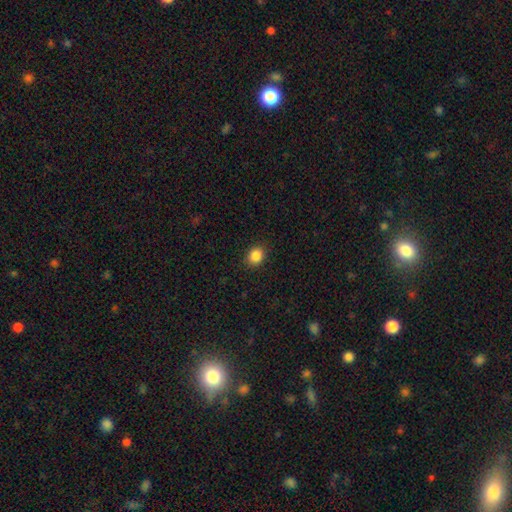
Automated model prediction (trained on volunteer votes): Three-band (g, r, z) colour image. It shows a smooth galaxy with no disk features (87%) that is round (56%). Merging: none (89%).